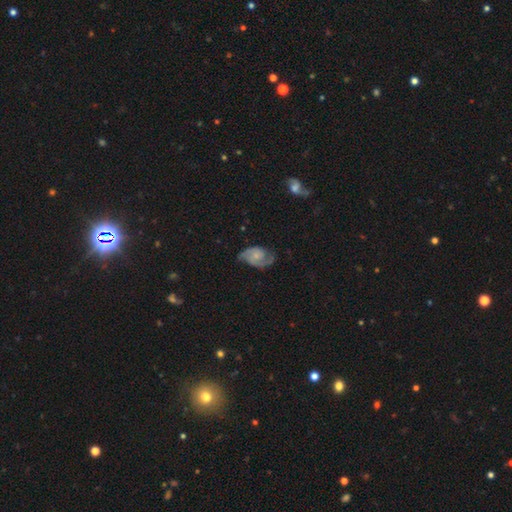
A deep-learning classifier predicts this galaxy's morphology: smooth-or-featured: featured or disk: 76% | smooth: 17% | star or artifact: 6%
  disk-edge-on: no: 97% | yes: 3%
    bar: no: 69% | weak: 27% | strong: 4%
    has-spiral-arms: yes: 94% | no: 6%
      spiral-winding: medium: 47% | tight: 27% | loose: 26%
      spiral-arm-count: 2: 86% | can't tell: 6% | 1: 3% | 3: 2% | 4: 1% | more than 4: 1%
    bulge-size: small: 59% | moderate: 24% | none: 14% | large: 2% | dominant: 1%
  merging: none: 61% | minor disturbance: 25% | major disturbance: 12% | merger: 2%